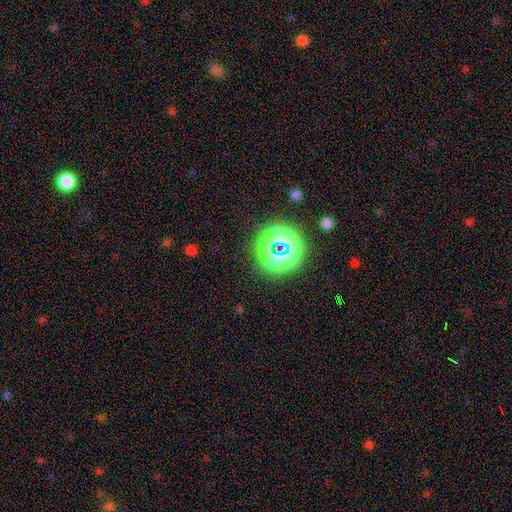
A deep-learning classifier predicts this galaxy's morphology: This appears to be a star or artifact, not a galaxy (82%).